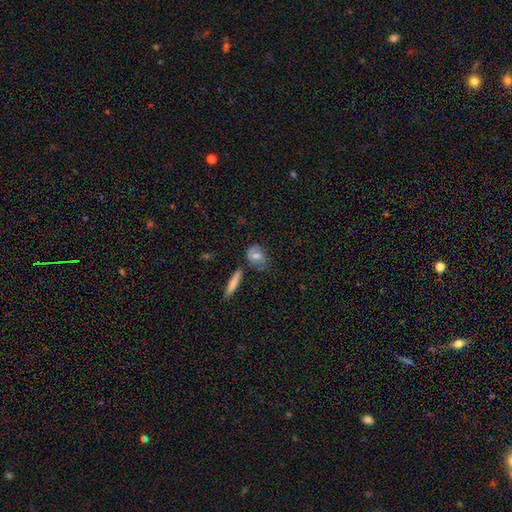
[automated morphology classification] smooth 62%, featured or disk 29%, star or artifact 9%. Down the decision tree: how rounded — in between (62%); merging — none (61%).